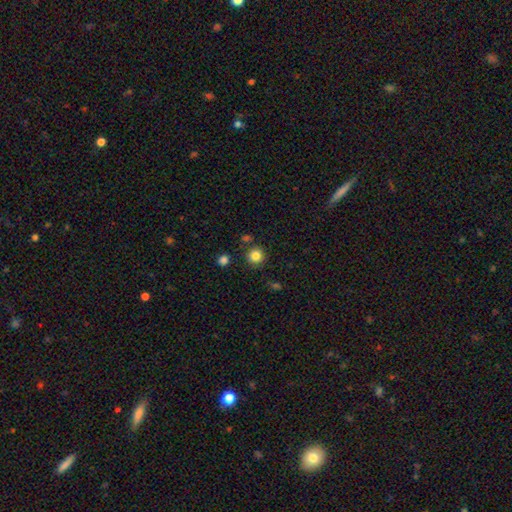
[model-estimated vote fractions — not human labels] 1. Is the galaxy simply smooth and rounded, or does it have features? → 84% smooth, 11% star or artifact, 4% featured or disk.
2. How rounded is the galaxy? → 93% round, 6% in between, 1% cigar-shaped.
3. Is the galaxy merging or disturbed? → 86% none, 7% minor disturbance, 4% merger, 3% major disturbance.